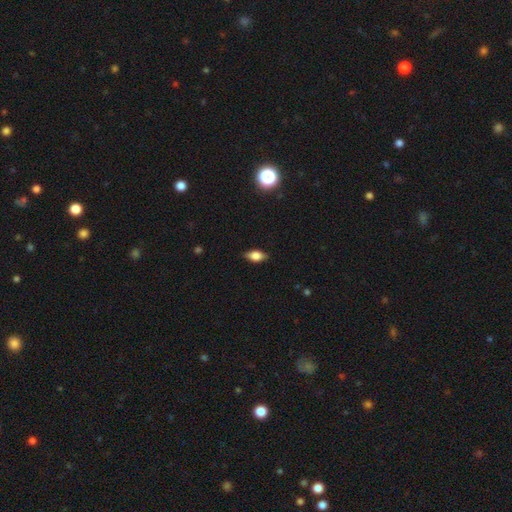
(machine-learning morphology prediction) A smooth galaxy with no disk features (67%) that is in between round and cigar-shaped (83%).

Vote fractions:
- Smooth or featured? smooth: 67% / featured or disk: 24% / star or artifact: 9%
- How rounded? in between: 83% / cigar-shaped: 11% / round: 6%
- Merging? none: 85% / minor disturbance: 12% / major disturbance: 2% / merger: 1%